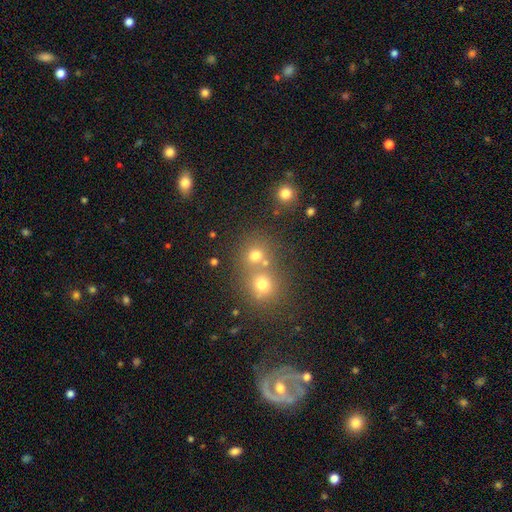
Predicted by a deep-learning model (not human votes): Q: Smooth or featured?
A: smooth (72%); runner-up: star or artifact (18%)
Q: How rounded?
A: round (84%); runner-up: in between (15%)
Q: Merging?
A: none (52%); runner-up: merger (38%)